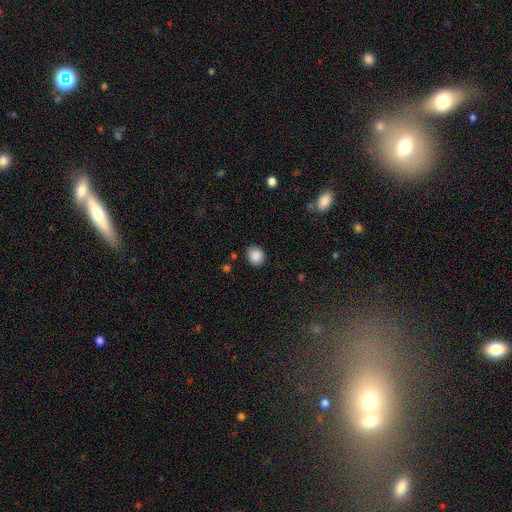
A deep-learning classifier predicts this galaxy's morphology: smooth_or_featured: smooth (p=0.88) [alt: star or artifact p=0.09]
how_rounded: round (p=0.73) [alt: in between p=0.26]
merging: none (p=0.86) [alt: minor disturbance p=0.10]